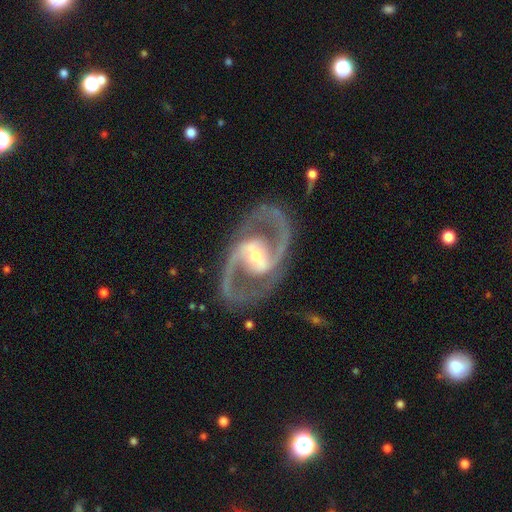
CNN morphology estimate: This is clearly a featured or disk galaxy (93%). It is clearly not viewed edge-on (97%). Bar: possibly strong (53%). Spiral arm pattern: clearly yes (97%). Spiral arm count: clearly 2 (94%). Spiral winding: likely medium (67%). Central bulge: possibly moderate (57%). Merging: clearly none (84%).